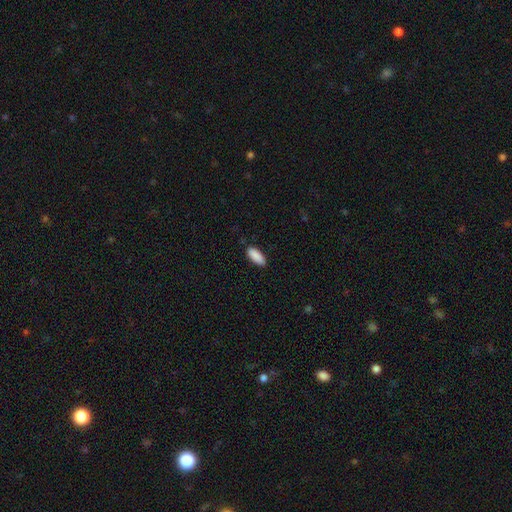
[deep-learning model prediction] Overall: smooth (90%). How rounded: in between (80%). Merging: none (85%).